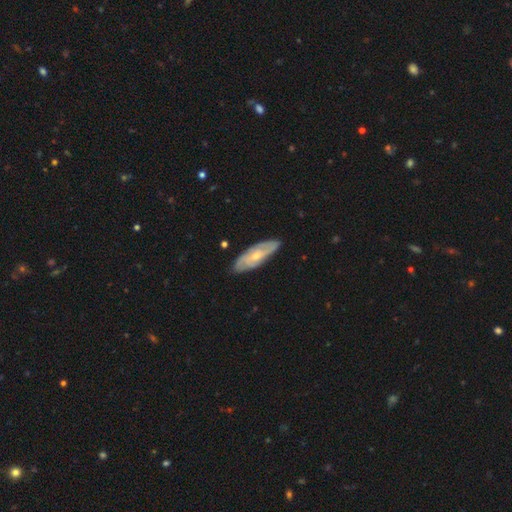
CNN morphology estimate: Overall: featured or disk (61%; smooth 33%). Edge-on disk: no (77%). Merging: none (83%).